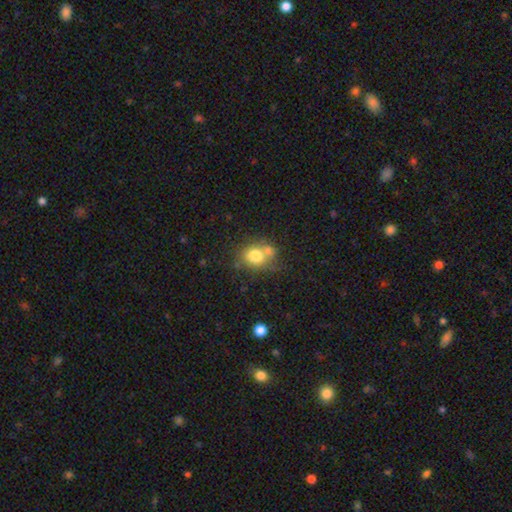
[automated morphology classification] This appears to be a smooth galaxy with no disk features (76%) that is round (59%). Merging: none (48%).